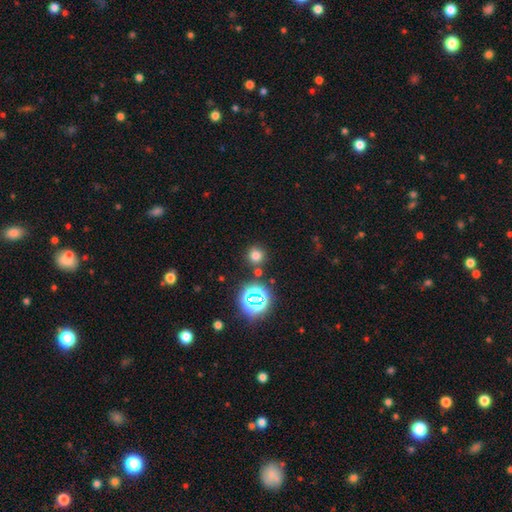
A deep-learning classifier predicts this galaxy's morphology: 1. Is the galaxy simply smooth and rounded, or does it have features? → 70% smooth, 24% star or artifact, 6% featured or disk.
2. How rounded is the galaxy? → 91% round, 8% in between, 1% cigar-shaped.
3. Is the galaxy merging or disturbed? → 82% none, 8% minor disturbance, 6% merger, 3% major disturbance.